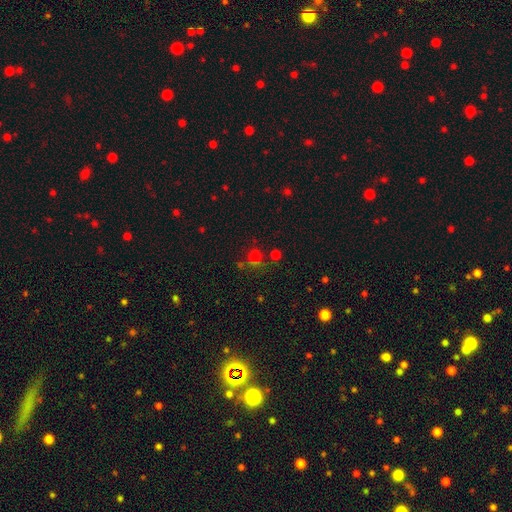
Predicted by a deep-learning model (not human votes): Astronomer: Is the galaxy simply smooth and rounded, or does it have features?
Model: smooth — 56% (runner-up: star or artifact, 34%).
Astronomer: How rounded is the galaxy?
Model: round — 81%.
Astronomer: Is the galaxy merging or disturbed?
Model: none — 58%.